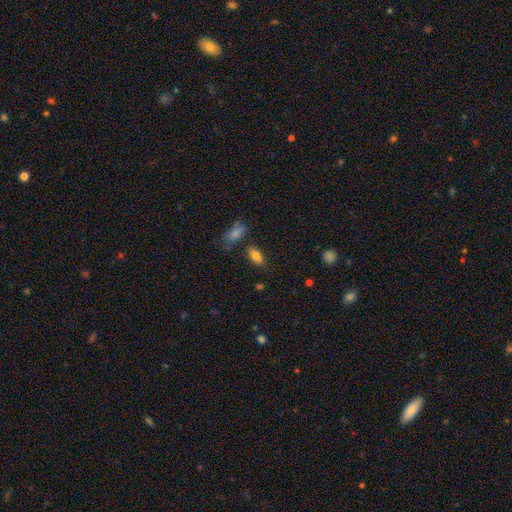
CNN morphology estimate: smooth_or_featured: smooth (p=0.81) [alt: featured or disk p=0.10]
how_rounded: in between (p=0.86) [alt: cigar-shaped p=0.10]
merging: none (p=0.75) [alt: minor disturbance p=0.15]